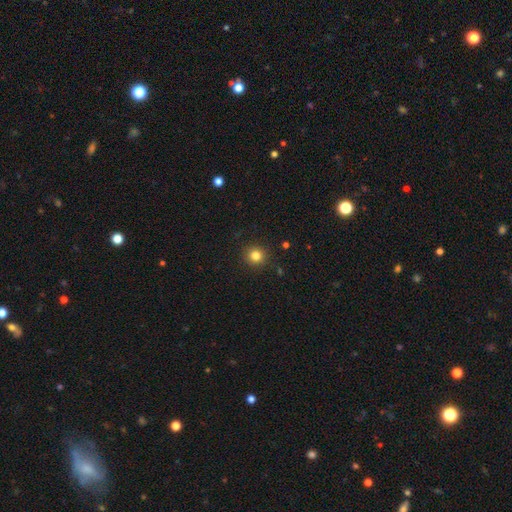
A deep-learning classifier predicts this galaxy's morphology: Smooth or featured?
  - smooth: 83% *
  - star or artifact: 12%
  - featured or disk: 5%
How rounded?
  - round: 93% *
  - in between: 6%
  - cigar-shaped: 1%
Merging?
  - none: 91% *
  - minor disturbance: 6%
  - major disturbance: 2%
  - merger: 1%